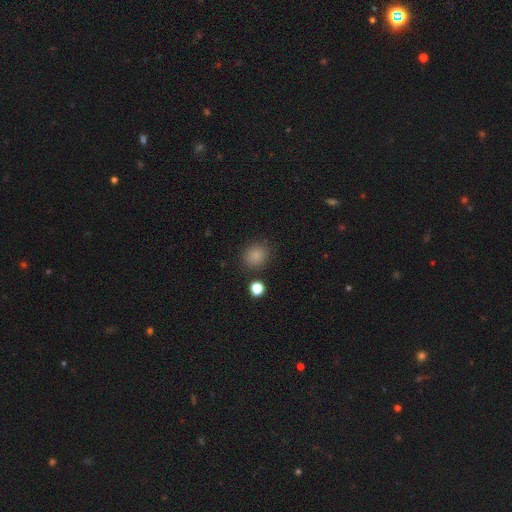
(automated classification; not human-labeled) This appears to be a smooth galaxy with no disk features (84%) that is round (78%). Merging: none (84%).